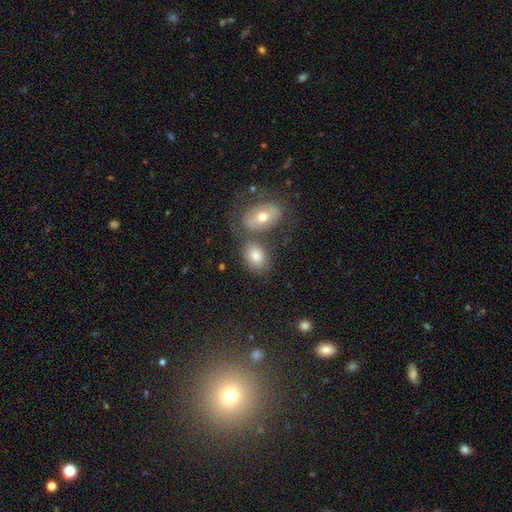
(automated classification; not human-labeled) Overall: smooth (73%). How rounded: in between (79%). Merging: none (45%; merger 36%).